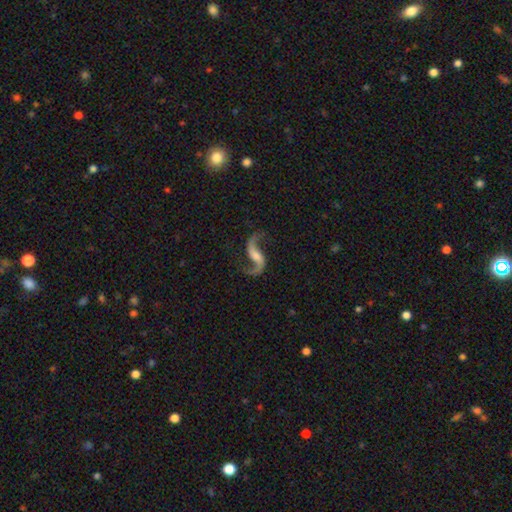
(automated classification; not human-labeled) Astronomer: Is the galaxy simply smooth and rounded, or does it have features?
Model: featured or disk — 90%.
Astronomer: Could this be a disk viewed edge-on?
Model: no — 97%.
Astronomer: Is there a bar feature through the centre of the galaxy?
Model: weak — 43% (runner-up: no, 33%).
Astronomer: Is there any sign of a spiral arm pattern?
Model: yes — 97%.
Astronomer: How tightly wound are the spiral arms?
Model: loose — 86%.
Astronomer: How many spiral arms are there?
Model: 2 — 94%.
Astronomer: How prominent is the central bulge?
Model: small — 33% (runner-up: none, 28%).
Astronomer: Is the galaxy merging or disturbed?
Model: none — 79%.